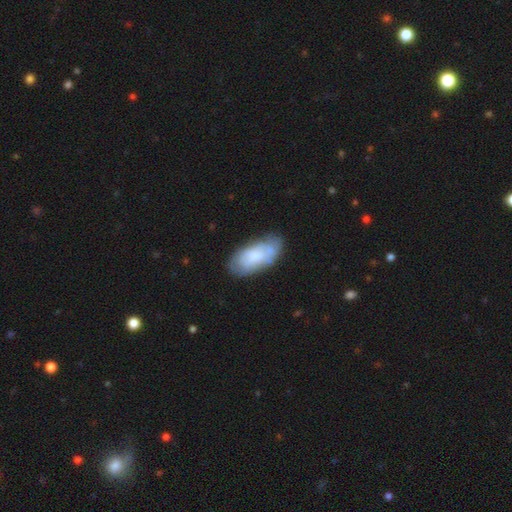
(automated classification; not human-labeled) This appears to be a smooth galaxy with no disk features (65%) that is in between round and cigar-shaped (91%). Merging: none (63%).